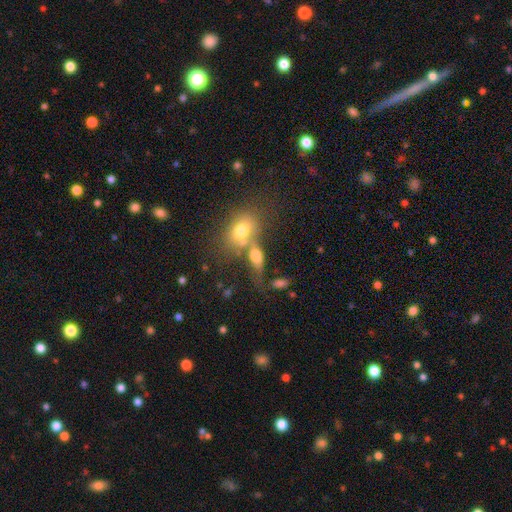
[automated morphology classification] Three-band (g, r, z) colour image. It shows a smooth galaxy with no disk features (61%) that is in between round and cigar-shaped (70%). Merging: merger (42%).